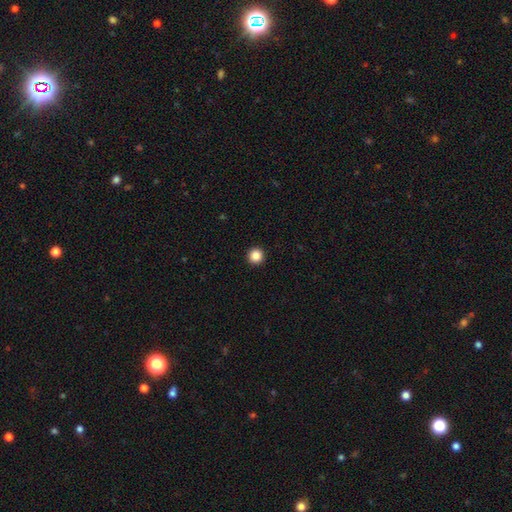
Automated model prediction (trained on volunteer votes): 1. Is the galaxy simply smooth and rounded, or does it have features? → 86% smooth, 10% star or artifact, 3% featured or disk.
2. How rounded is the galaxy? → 97% round, 3% in between, 1% cigar-shaped.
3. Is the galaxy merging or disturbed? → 94% none, 4% minor disturbance, 1% major disturbance, 1% merger.